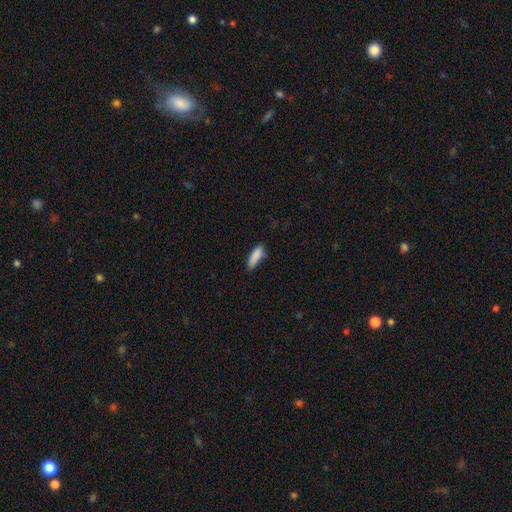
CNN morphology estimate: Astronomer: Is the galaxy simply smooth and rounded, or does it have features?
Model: smooth — 87%.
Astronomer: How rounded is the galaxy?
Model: in between — 56% (runner-up: cigar-shaped, 42%).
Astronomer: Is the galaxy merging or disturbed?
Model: none — 66%.